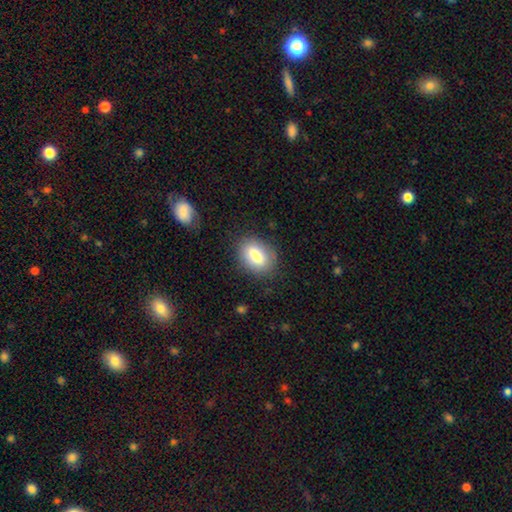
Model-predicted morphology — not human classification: smooth_or_featured: smooth (p=0.79) [alt: featured or disk p=0.14]
how_rounded: in between (p=0.81) [alt: round p=0.15]
merging: none (p=0.81) [alt: minor disturbance p=0.13]